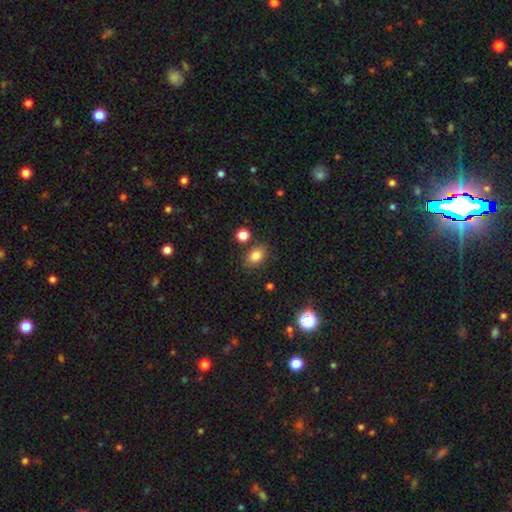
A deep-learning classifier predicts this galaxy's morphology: Overall: smooth (82%). How rounded: in between (73%). Merging: none (80%).